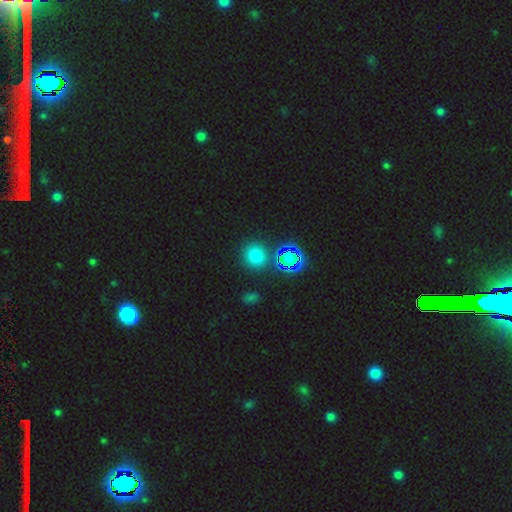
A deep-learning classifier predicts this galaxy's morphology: smooth-or-featured: smooth: 67% | star or artifact: 26% | featured or disk: 7%
  how-rounded: round: 89% | in between: 10% | cigar-shaped: 1%
  merging: none: 84% | minor disturbance: 7% | merger: 6% | major disturbance: 3%